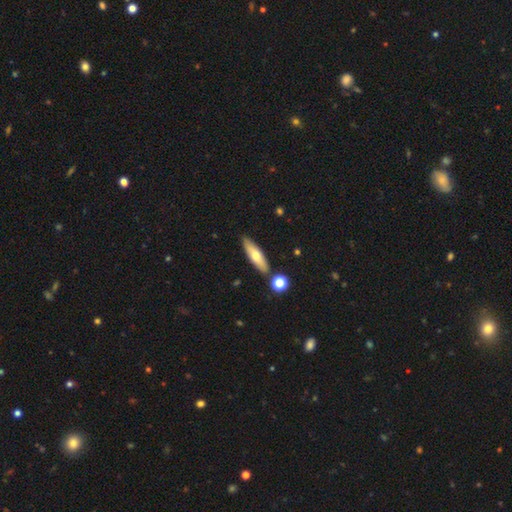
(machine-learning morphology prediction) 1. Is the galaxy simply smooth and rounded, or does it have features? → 59% smooth, 34% featured or disk, 6% star or artifact.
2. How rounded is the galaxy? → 62% cigar-shaped, 36% in between, 2% round.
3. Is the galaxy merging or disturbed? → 83% none, 10% minor disturbance, 6% merger, 2% major disturbance.